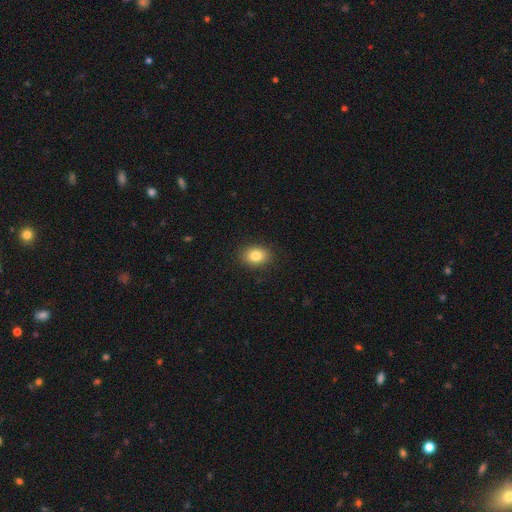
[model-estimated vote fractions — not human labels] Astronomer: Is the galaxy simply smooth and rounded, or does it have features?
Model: smooth — 84%.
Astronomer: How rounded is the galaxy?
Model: in between — 64%.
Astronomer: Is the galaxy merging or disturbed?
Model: none — 89%.